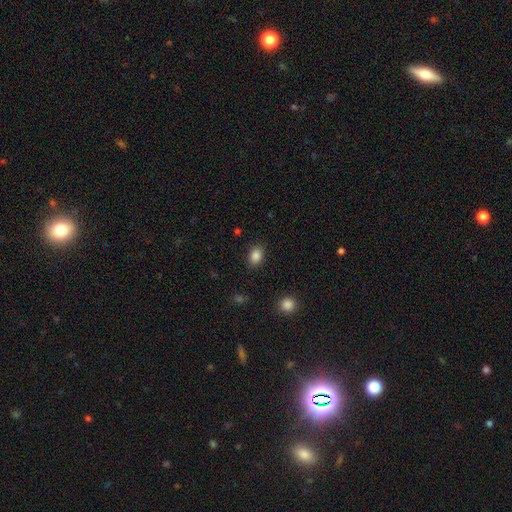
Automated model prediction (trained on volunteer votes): Morphology: type=smooth (86%); roundness=in between (70%); merging=none (87%).